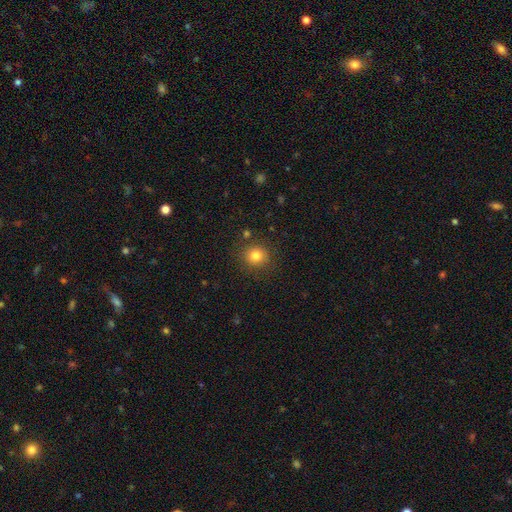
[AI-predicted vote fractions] Q: Smooth or featured?
A: smooth (80%); runner-up: star or artifact (13%)
Q: How rounded?
A: round (89%); runner-up: in between (10%)
Q: Merging?
A: none (86%); runner-up: minor disturbance (8%)